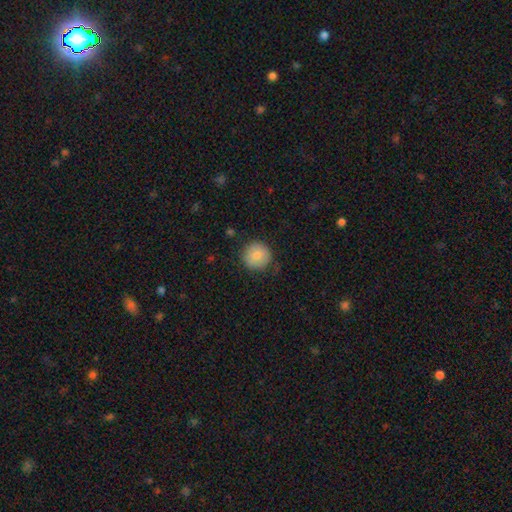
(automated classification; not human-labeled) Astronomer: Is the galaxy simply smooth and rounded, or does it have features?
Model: smooth — 83%.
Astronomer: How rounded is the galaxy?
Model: round — 94%.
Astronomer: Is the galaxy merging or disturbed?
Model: none — 83%.